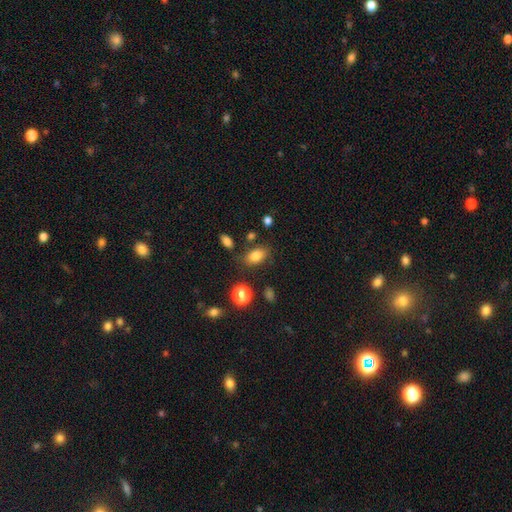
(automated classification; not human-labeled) The model was most divided on "merging": none: 76%, minor disturbance: 14%, merger: 5%, major disturbance: 5%. More confident: how rounded — in between (87%); smooth or featured — smooth (82%).